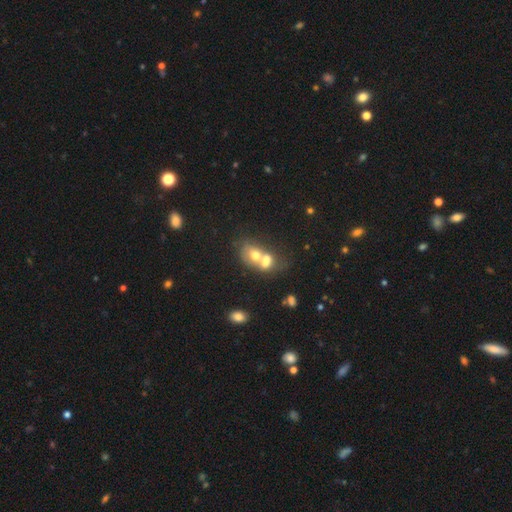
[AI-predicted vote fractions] smooth-or-featured: smooth: 59% | featured or disk: 29% | star or artifact: 11%
  how-rounded: in between: 60% | round: 38% | cigar-shaped: 1%
  merging: merger: 74% | none: 15% | minor disturbance: 6% | major disturbance: 5%